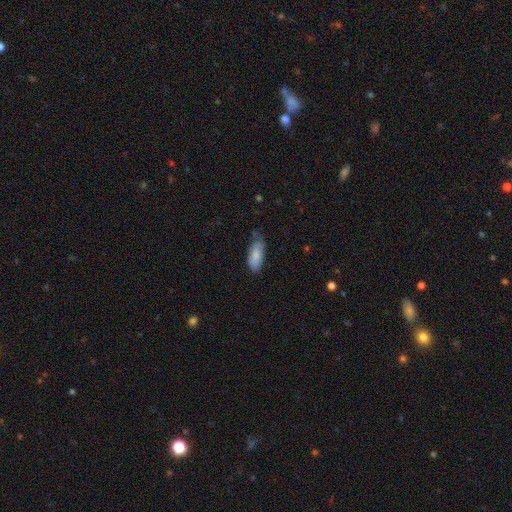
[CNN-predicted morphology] Q: Smooth or featured?
A: smooth (84%); runner-up: featured or disk (10%)
Q: How rounded?
A: in between (80%); runner-up: cigar-shaped (18%)
Q: Merging?
A: none (60%); runner-up: minor disturbance (32%)